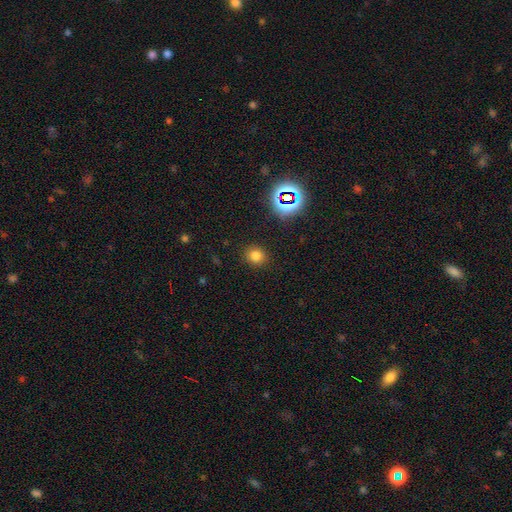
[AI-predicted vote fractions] smooth 75%, star or artifact 19%, featured or disk 6%. Down the decision tree: how rounded — round (81%); merging — none (89%).